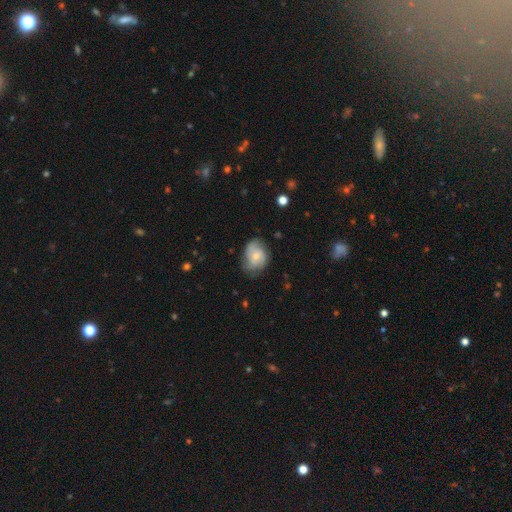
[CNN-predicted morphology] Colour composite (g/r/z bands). It shows a smooth galaxy with no disk features (53%) that is in between round and cigar-shaped (61%). Merging: none (61%).